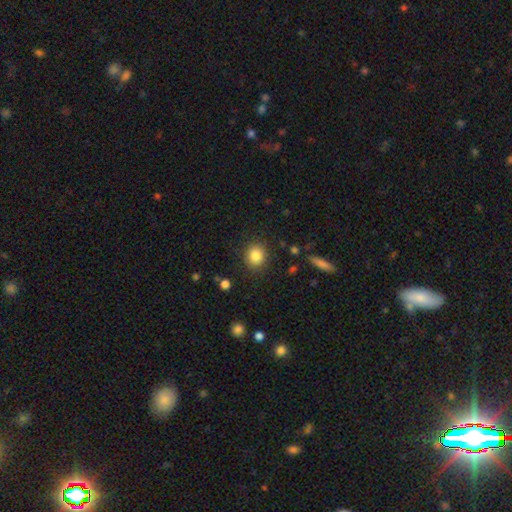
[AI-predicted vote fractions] smooth 84%, star or artifact 10%, featured or disk 6%. Down the decision tree: how rounded — round (80%); merging — none (88%).